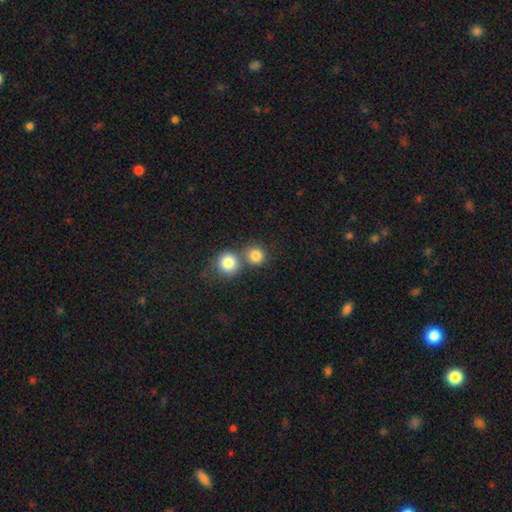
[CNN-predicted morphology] smooth_or_featured: smooth (p=0.82) [alt: star or artifact p=0.11]
how_rounded: round (p=0.90) [alt: in between p=0.09]
merging: none (p=0.57) [alt: merger p=0.34]